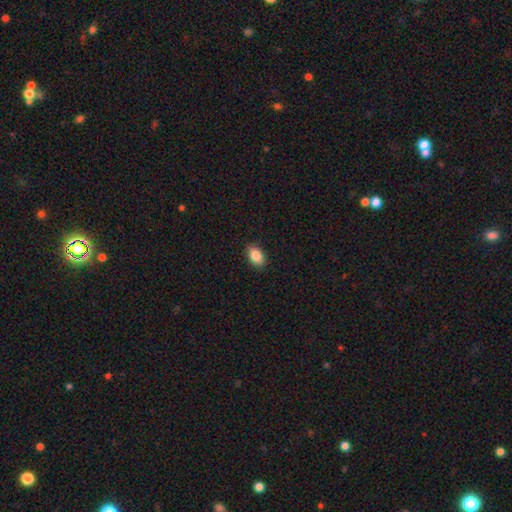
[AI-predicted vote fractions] smooth-or-featured: smooth: 87% | star or artifact: 8% | featured or disk: 5%
  how-rounded: in between: 91% | round: 7% | cigar-shaped: 2%
  merging: none: 89% | minor disturbance: 8% | major disturbance: 2% | merger: 1%